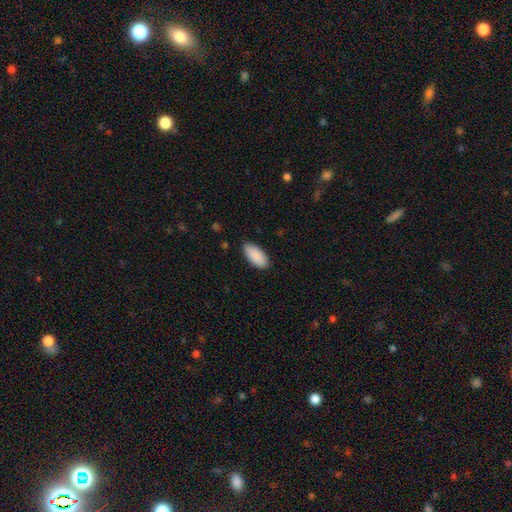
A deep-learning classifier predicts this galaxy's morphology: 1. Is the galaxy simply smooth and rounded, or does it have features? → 90% smooth, 6% star or artifact, 4% featured or disk.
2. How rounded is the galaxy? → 92% in between, 7% cigar-shaped, 2% round.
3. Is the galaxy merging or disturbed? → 82% none, 15% minor disturbance, 2% major disturbance, 1% merger.